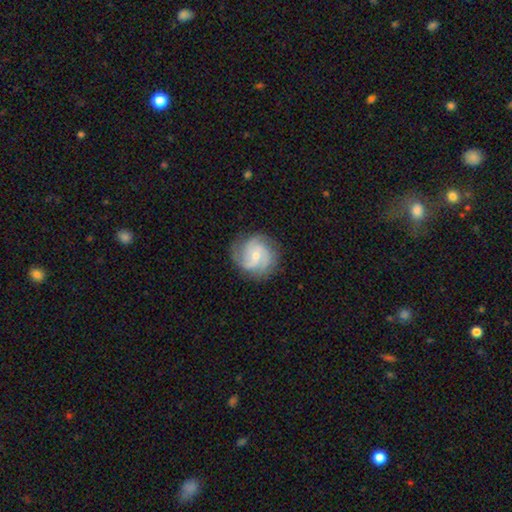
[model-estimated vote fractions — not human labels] Smooth or featured: featured or disk — 78% (smooth — 16%)
Edge-on disk: no — 98% (yes — 2%)
Bar: no — 52% (weak — 41%)
Spiral arms: yes — 96% (no — 4%)
Spiral winding: medium — 48% (tight — 36%)
Spiral arm count: 3 — 42% (2 — 26%)
Bulge size: small — 63% (moderate — 33%)
Merging: none — 78% (minor disturbance — 15%)